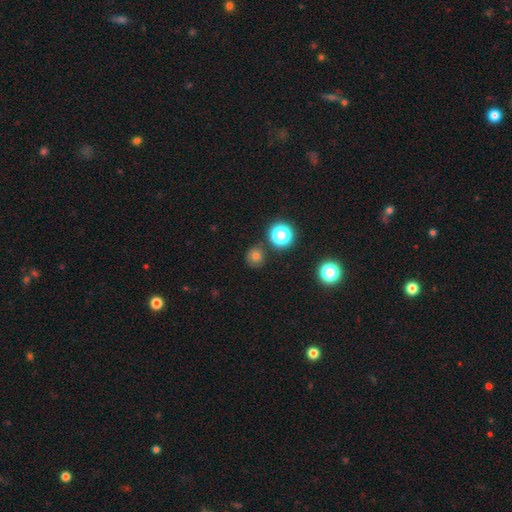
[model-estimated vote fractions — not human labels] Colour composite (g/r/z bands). It shows a smooth galaxy with no disk features (70%) that is round (91%). Merging: none (83%).